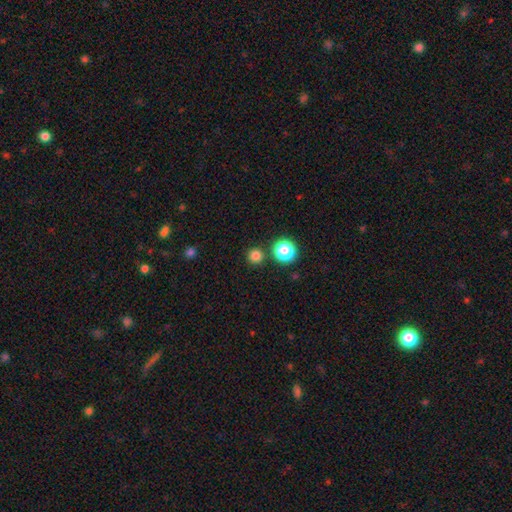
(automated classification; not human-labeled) Smooth or featured? smooth (80%)
How rounded? round (95%)
Merging? none (86%)